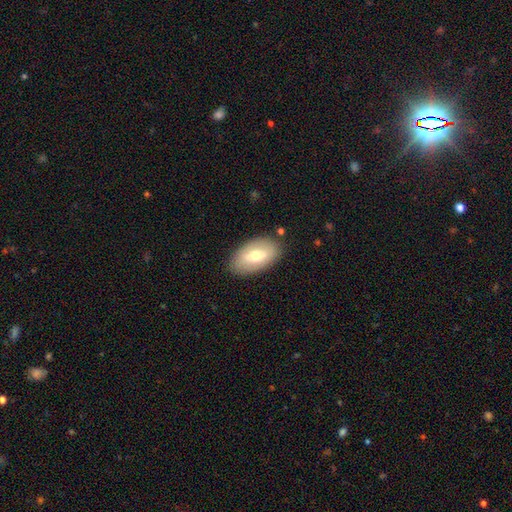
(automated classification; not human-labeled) smooth-or-featured: smooth: 56% | featured or disk: 37% | star or artifact: 7%
  how-rounded: in between: 92% | round: 5% | cigar-shaped: 2%
  merging: none: 84% | minor disturbance: 11% | major disturbance: 3% | merger: 2%